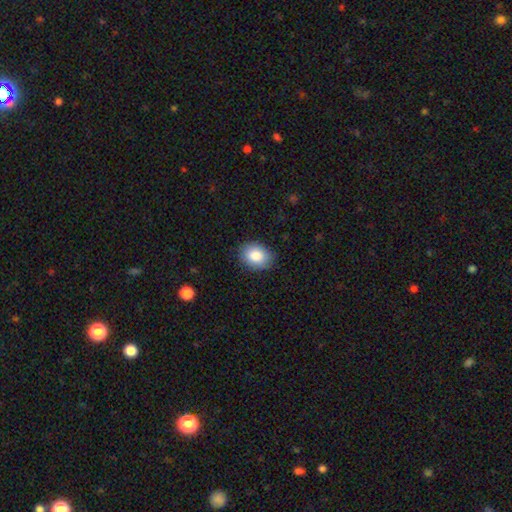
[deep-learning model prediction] A smooth galaxy with no disk features (85%) that is in between round and cigar-shaped (69%).

Vote fractions:
- Smooth or featured? smooth: 85% / featured or disk: 8% / star or artifact: 8%
- How rounded? in between: 69% / round: 30% / cigar-shaped: 1%
- Merging? none: 86% / minor disturbance: 11% / major disturbance: 2% / merger: 1%